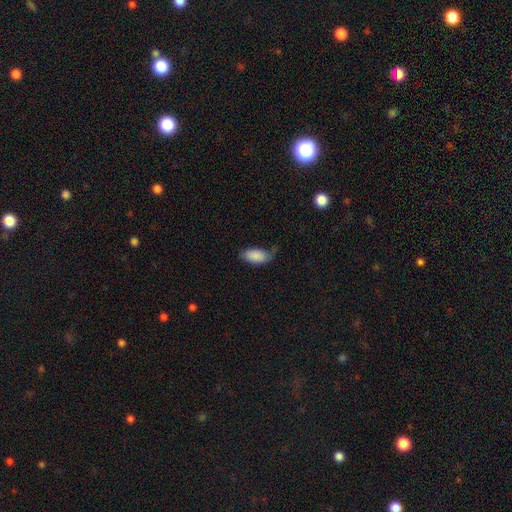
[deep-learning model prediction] A smooth galaxy with no disk features (86%) that is in between round and cigar-shaped (94%). Merging: none (50%).